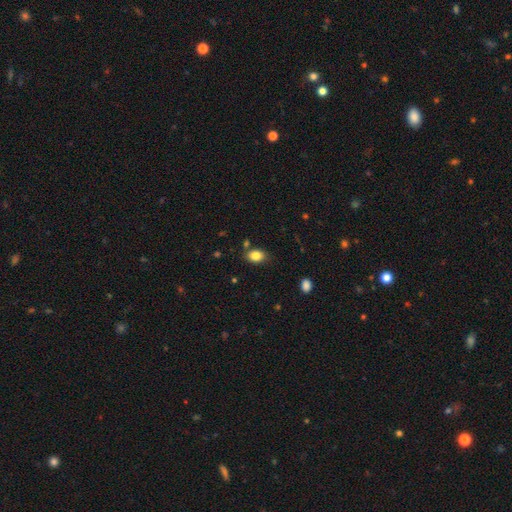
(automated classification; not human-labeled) Smooth or featured: smooth — 84% (star or artifact — 9%)
How rounded: in between — 79% (round — 20%)
Merging: none — 79% (minor disturbance — 13%)